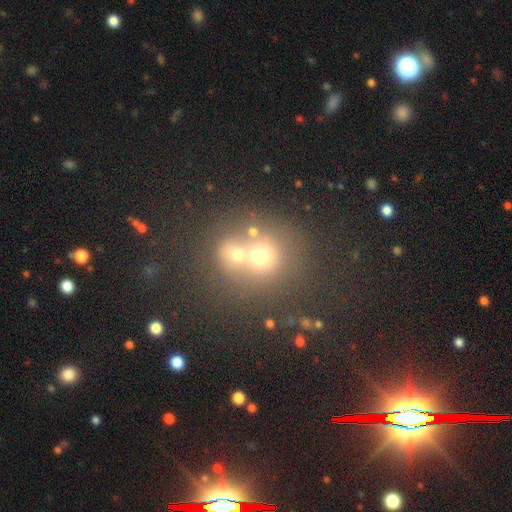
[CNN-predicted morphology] smooth-or-featured: smooth: 56% | featured or disk: 23% | star or artifact: 21%
  how-rounded: round: 77% | in between: 22% | cigar-shaped: 1%
  merging: merger: 60% | none: 29% | minor disturbance: 6% | major disturbance: 4%